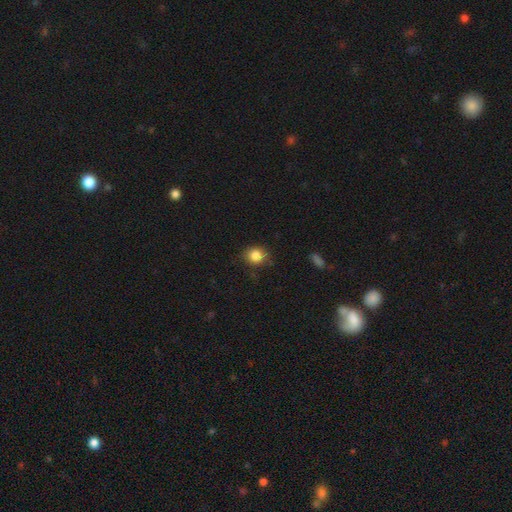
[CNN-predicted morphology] This is clearly a smooth galaxy (85%). How rounded: likely round (76%). Merging: likely none (78%).